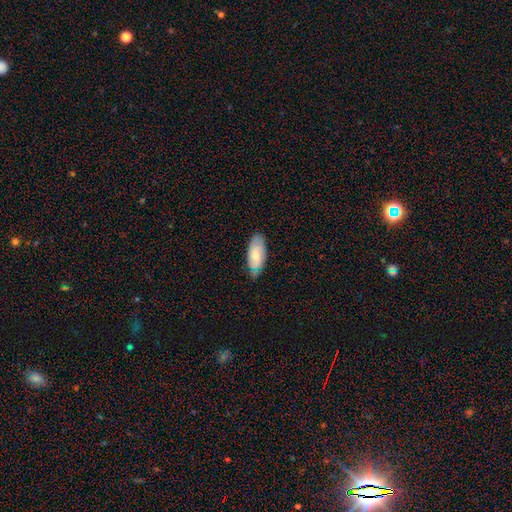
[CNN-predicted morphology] Smooth or featured? Predicted: smooth (p=0.69). How rounded? Predicted: in between (p=0.85). Merging? Predicted: none (p=0.71).